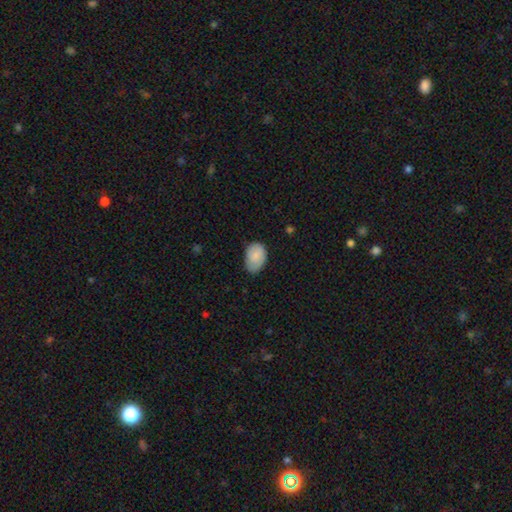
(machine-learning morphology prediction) The model was most divided on "merging": none: 64%, minor disturbance: 29%, major disturbance: 6%, merger: 1%. More confident: how rounded — in between (84%); smooth or featured — smooth (80%).